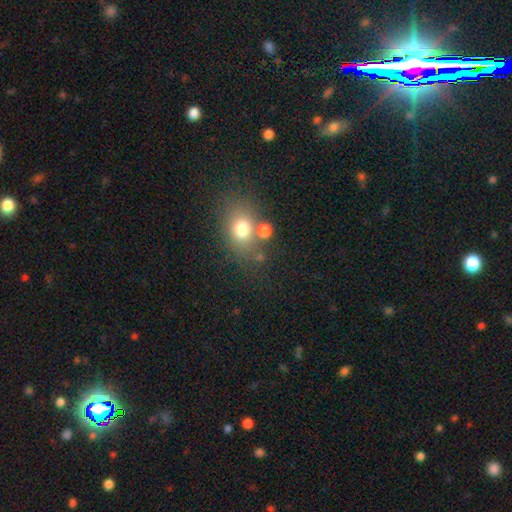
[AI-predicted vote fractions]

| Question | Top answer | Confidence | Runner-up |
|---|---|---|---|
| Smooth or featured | smooth | 69% | star or artifact (18%) |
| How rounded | in between | 52% | round (46%) |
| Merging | none | 67% | merger (15%) |